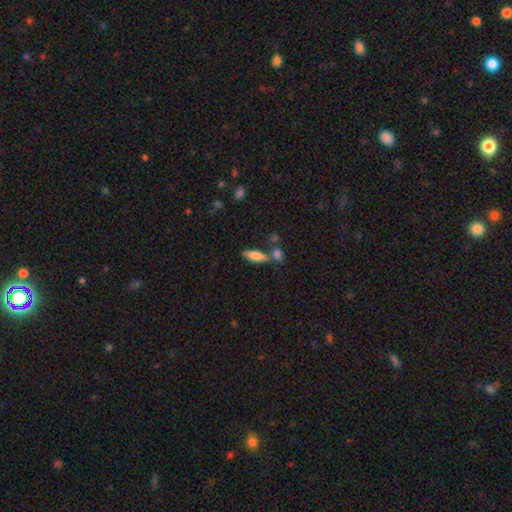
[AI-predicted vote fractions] A smooth galaxy with no disk features (71%) that is in between round and cigar-shaped (57%).

Vote fractions:
- Smooth or featured? smooth: 71% / featured or disk: 21% / star or artifact: 7%
- How rounded? in between: 57% / cigar-shaped: 40% / round: 3%
- Merging? none: 64% / merger: 20% / minor disturbance: 12% / major disturbance: 4%